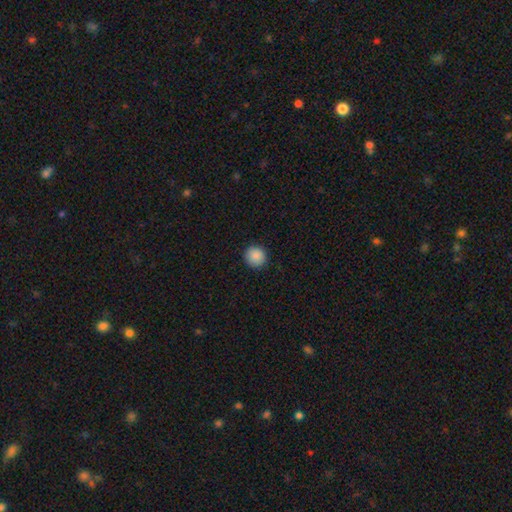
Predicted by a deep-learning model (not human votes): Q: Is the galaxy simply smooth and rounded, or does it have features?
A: smooth — 89%.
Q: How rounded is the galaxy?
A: round — 94%.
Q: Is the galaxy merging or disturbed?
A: none — 92%.